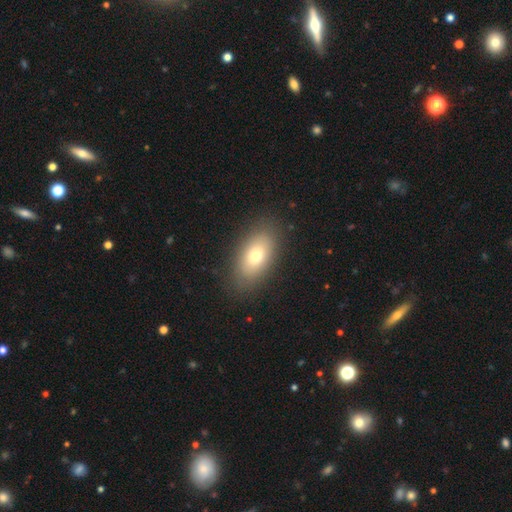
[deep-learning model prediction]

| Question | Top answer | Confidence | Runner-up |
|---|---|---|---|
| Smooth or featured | smooth | 72% | featured or disk (18%) |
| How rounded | in between | 90% | round (7%) |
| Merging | none | 86% | minor disturbance (9%) |